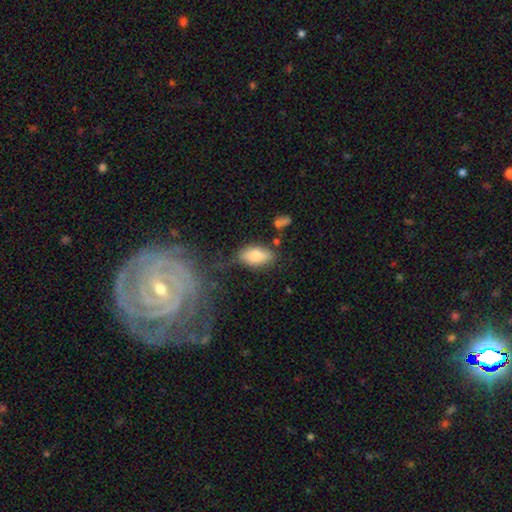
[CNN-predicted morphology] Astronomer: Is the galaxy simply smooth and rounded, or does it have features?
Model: smooth — 76%.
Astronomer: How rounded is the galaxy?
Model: in between — 87%.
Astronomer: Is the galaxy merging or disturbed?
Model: none — 68%.